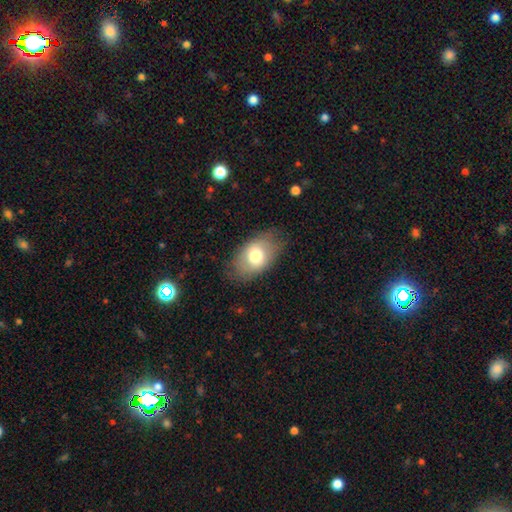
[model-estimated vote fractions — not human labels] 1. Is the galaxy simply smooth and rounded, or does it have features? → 70% smooth, 23% featured or disk, 7% star or artifact.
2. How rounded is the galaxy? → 88% in between, 11% round, 1% cigar-shaped.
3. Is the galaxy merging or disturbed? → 75% none, 18% minor disturbance, 6% major disturbance, 1% merger.